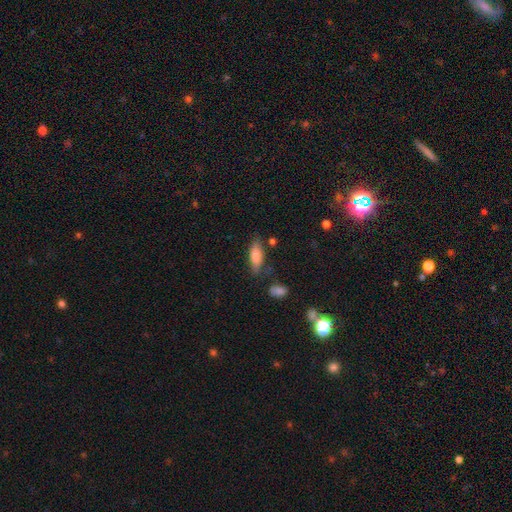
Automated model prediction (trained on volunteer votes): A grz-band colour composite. It shows a smooth galaxy with no disk features (78%) that is in between round and cigar-shaped (59%). Merging: none (70%).